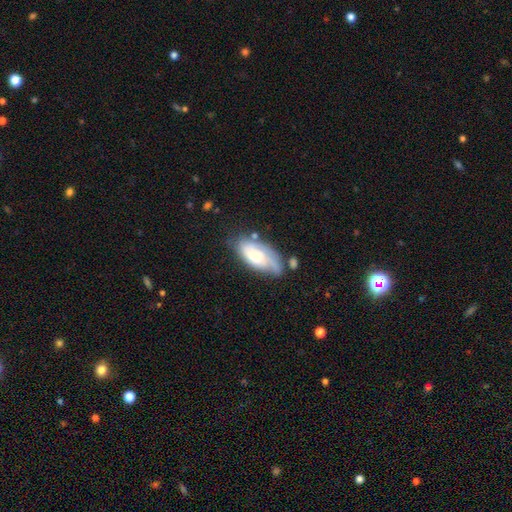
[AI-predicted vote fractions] smooth_or_featured: smooth (p=0.50) [alt: featured or disk p=0.43]
how_rounded: in between (p=0.89) [alt: cigar-shaped p=0.08]
merging: none (p=0.49) [alt: minor disturbance p=0.29]